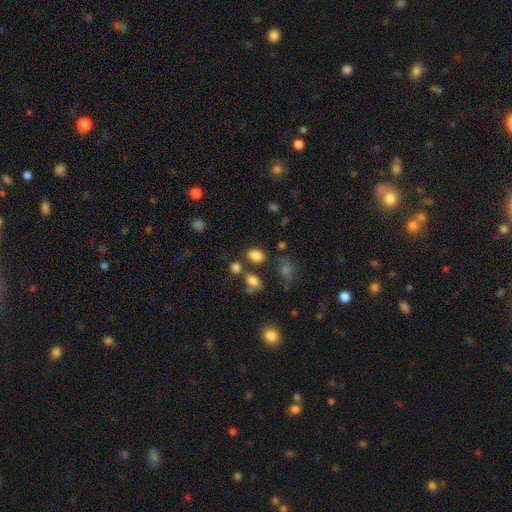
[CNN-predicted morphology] This appears to be a smooth galaxy with no disk features (82%) that is in between round and cigar-shaped (64%). Merging: none (71%).